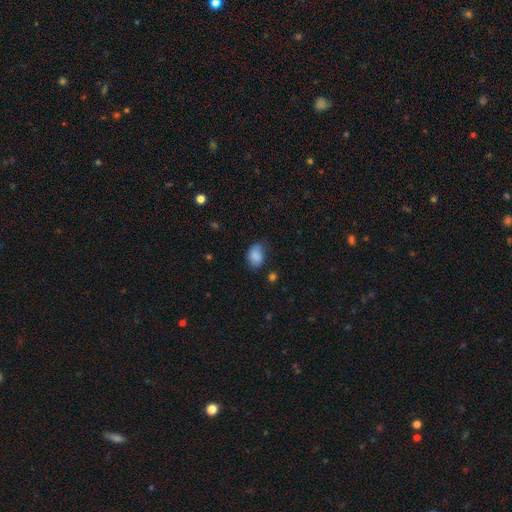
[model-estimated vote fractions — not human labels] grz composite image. It shows a smooth galaxy with no disk features (86%) that is in between round and cigar-shaped (75%). Merging: none (62%).